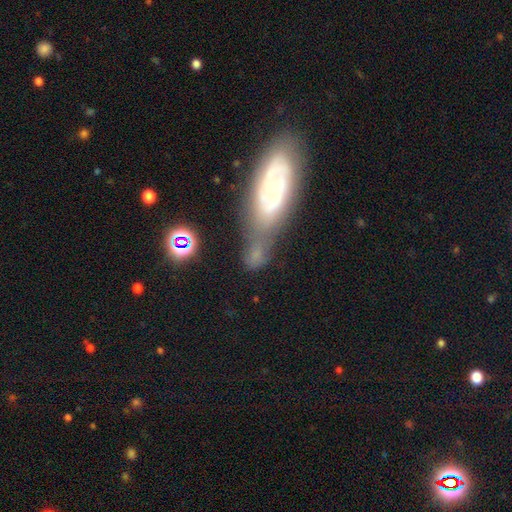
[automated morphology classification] Q: Smooth or featured?
A: smooth (49%); runner-up: featured or disk (29%)
Q: Merging?
A: merger (39%); runner-up: none (28%)